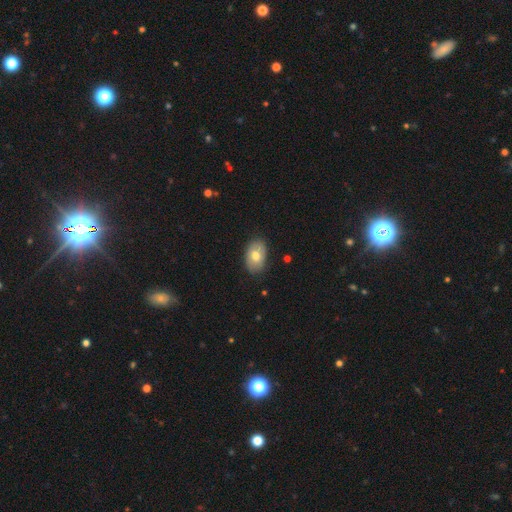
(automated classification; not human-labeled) The model was most divided on "smooth or featured": smooth: 70%, featured or disk: 23%, star or artifact: 7%. More confident: how rounded — in between (87%); merging — none (82%).